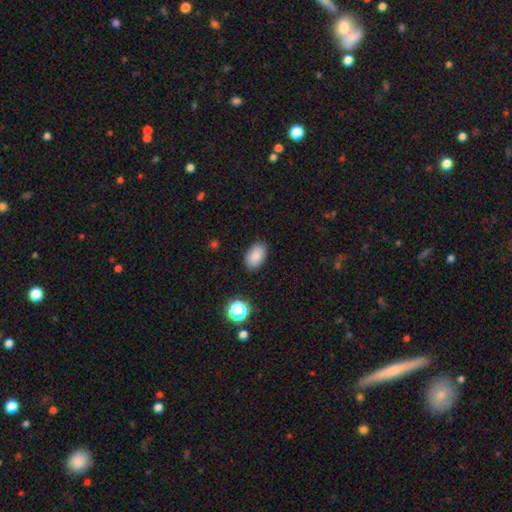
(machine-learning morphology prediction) smooth_or_featured: smooth (p=0.86) [alt: star or artifact p=0.09]
how_rounded: in between (p=0.91) [alt: round p=0.07]
merging: none (p=0.86) [alt: minor disturbance p=0.10]